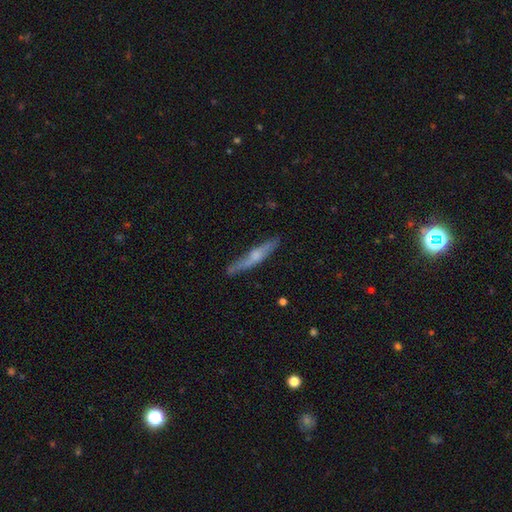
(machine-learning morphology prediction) This appears to be a featured or disk galaxy (55%) viewed edge-on (91%). Merging: none (77%).